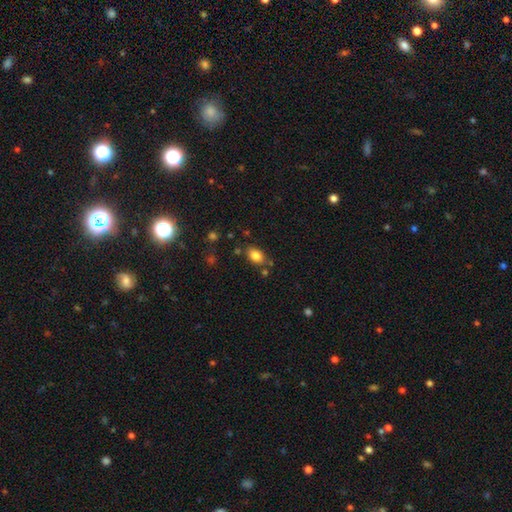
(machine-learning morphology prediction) A smooth galaxy with no disk features (83%) that is in between round and cigar-shaped (81%). Merging: none (76%).